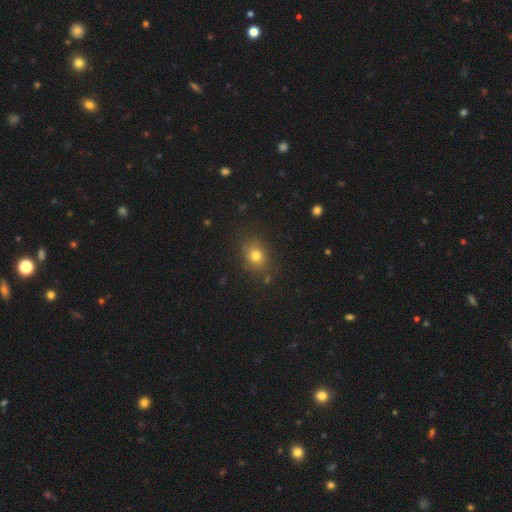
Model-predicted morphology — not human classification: smooth 76%, star or artifact 15%, featured or disk 9%. Down the decision tree: how rounded — round (57%); merging — none (82%).